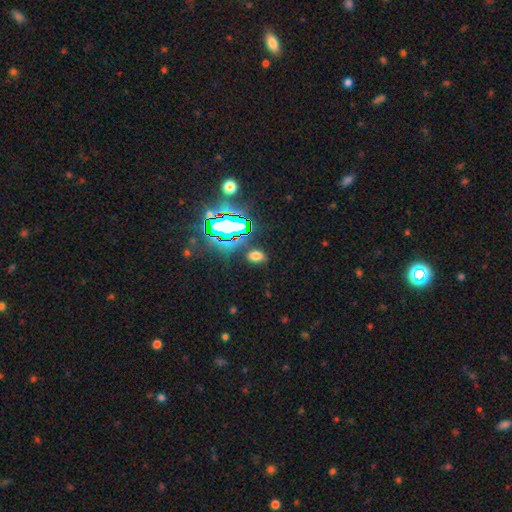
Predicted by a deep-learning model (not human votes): A smooth galaxy with no disk features (62%) that is in between round and cigar-shaped (81%). Merging: none (82%).